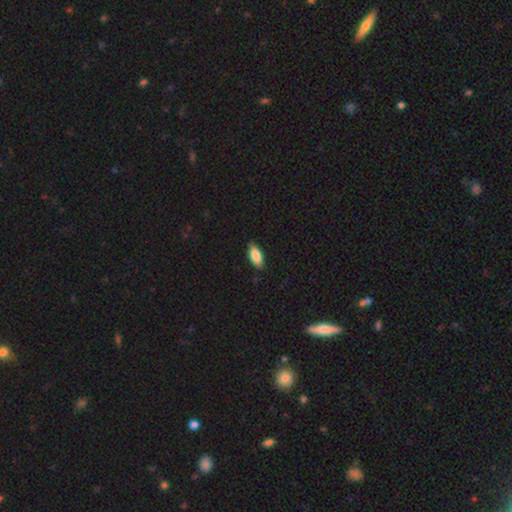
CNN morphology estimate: smooth-or-featured: smooth: 86% | featured or disk: 8% | star or artifact: 6%
  how-rounded: in between: 86% | cigar-shaped: 12% | round: 2%
  merging: none: 86% | minor disturbance: 11% | major disturbance: 2% | merger: 1%